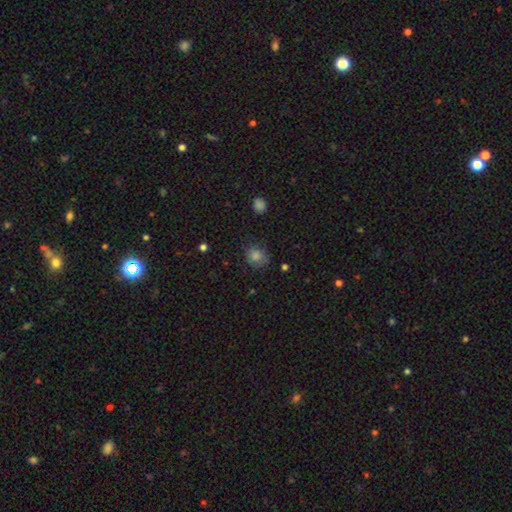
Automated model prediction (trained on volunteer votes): This is clearly a smooth galaxy (80%). How rounded: likely round (67%). Merging: likely none (75%).